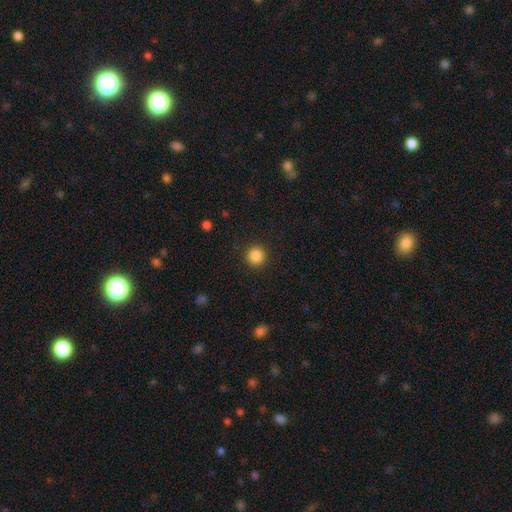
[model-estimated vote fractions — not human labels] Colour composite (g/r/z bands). It shows a smooth galaxy with no disk features (86%) that is round (95%). Merging: none (92%).